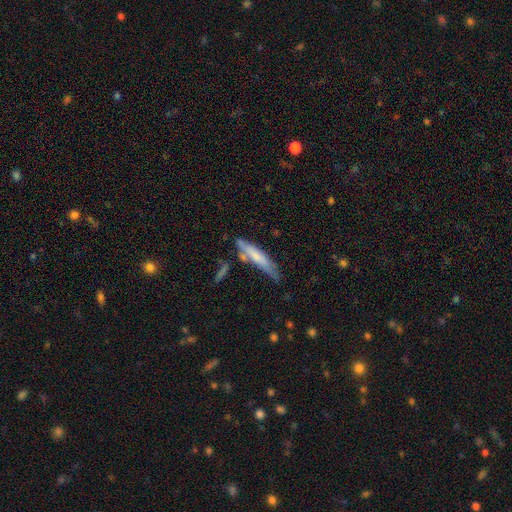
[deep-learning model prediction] smooth-or-featured: smooth: 61% | featured or disk: 33% | star or artifact: 7%
  how-rounded: cigar-shaped: 85% | in between: 13% | round: 1%
  merging: none: 54% | minor disturbance: 24% | merger: 14% | major disturbance: 8%